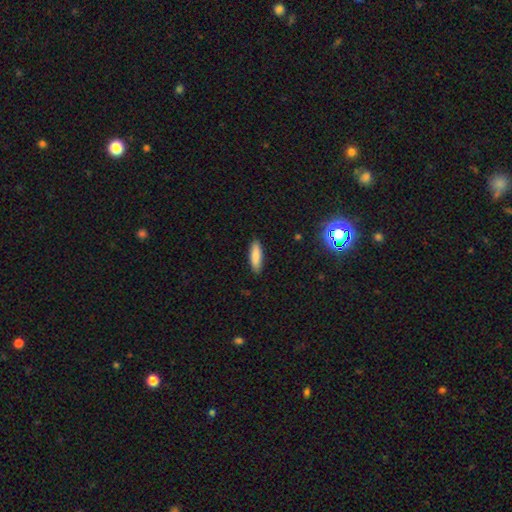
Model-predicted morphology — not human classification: Smooth or featured: smooth — 84% (featured or disk — 9%)
How rounded: in between — 50% (cigar-shaped — 49%)
Merging: none — 88% (minor disturbance — 9%)